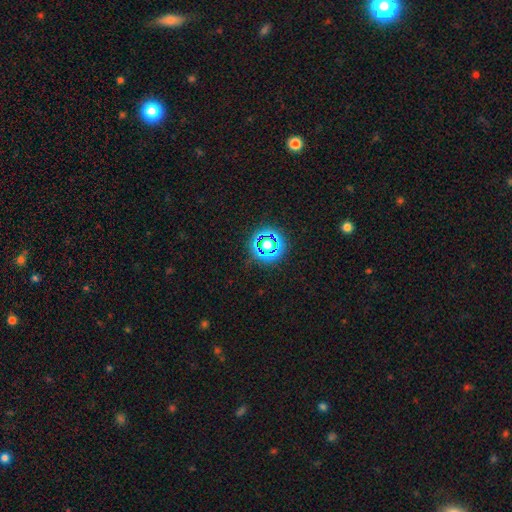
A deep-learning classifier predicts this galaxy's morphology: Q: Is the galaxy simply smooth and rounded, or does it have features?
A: star or artifact — 74%.